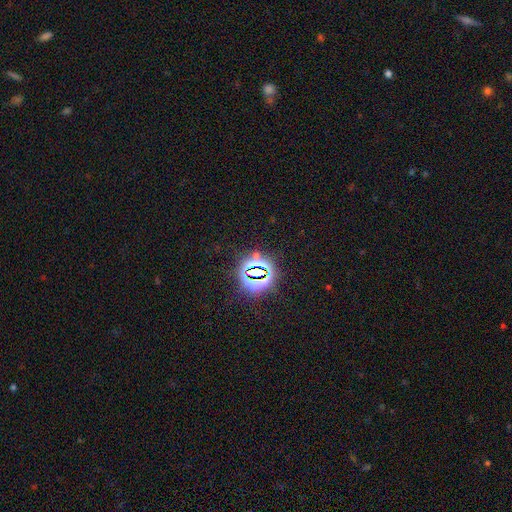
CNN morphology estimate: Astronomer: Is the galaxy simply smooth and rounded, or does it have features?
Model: star or artifact — 79%.